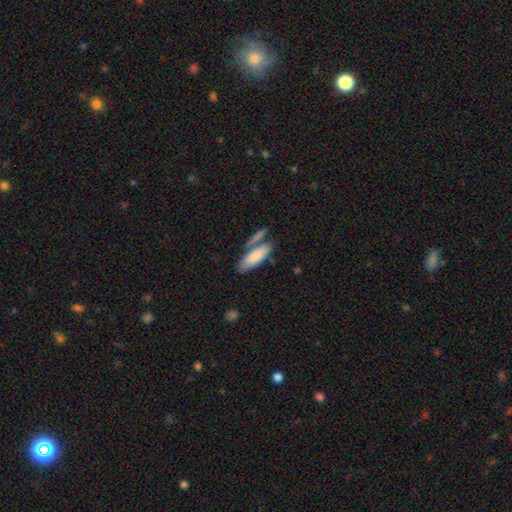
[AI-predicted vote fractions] smooth_or_featured: smooth (p=0.80) [alt: featured or disk p=0.14]
how_rounded: in between (p=0.62) [alt: cigar-shaped p=0.36]
merging: none (p=0.55) [alt: merger p=0.27]